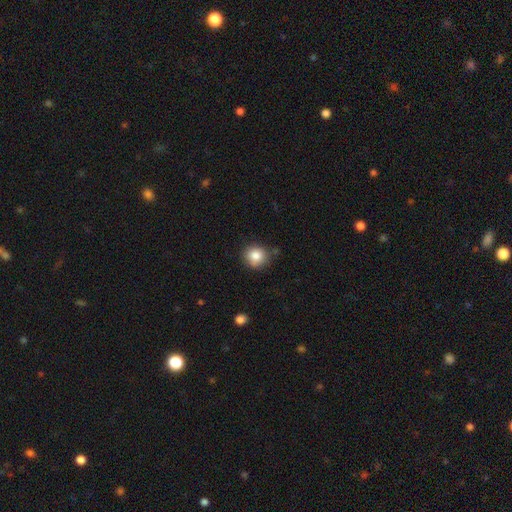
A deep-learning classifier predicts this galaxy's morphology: smooth_or_featured: smooth (p=0.85) [alt: star or artifact p=0.10]
how_rounded: round (p=0.87) [alt: in between p=0.12]
merging: none (p=0.78) [alt: minor disturbance p=0.15]